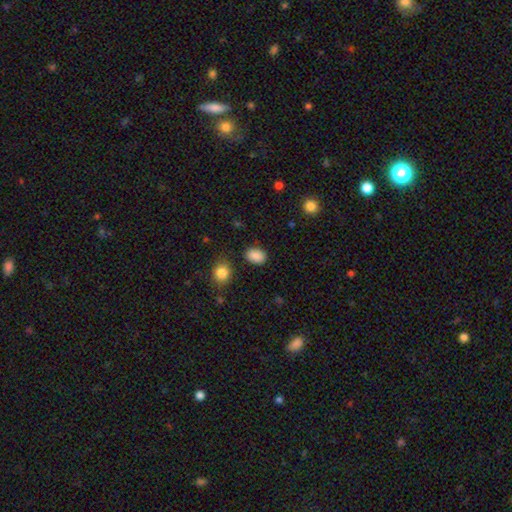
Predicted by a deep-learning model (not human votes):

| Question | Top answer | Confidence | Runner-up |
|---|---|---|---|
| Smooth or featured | smooth | 88% | star or artifact (8%) |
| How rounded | in between | 75% | round (24%) |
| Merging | none | 85% | minor disturbance (10%) |